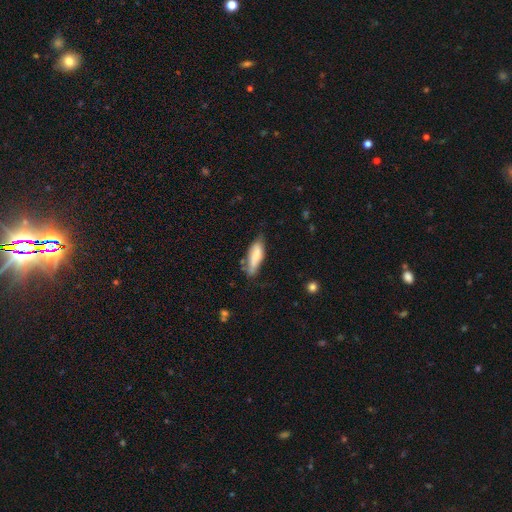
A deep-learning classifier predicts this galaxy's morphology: Smooth or featured? smooth (73%)
How rounded? in between (58%)
Merging? none (48%)